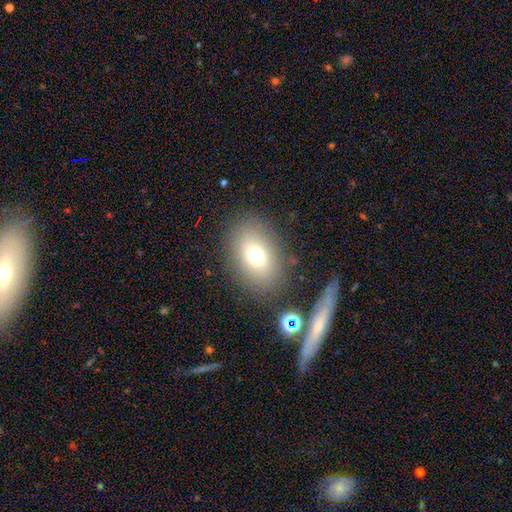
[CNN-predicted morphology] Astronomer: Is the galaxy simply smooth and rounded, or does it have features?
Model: smooth — 70%.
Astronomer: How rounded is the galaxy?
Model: in between — 73%.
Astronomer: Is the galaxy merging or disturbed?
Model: none — 81%.